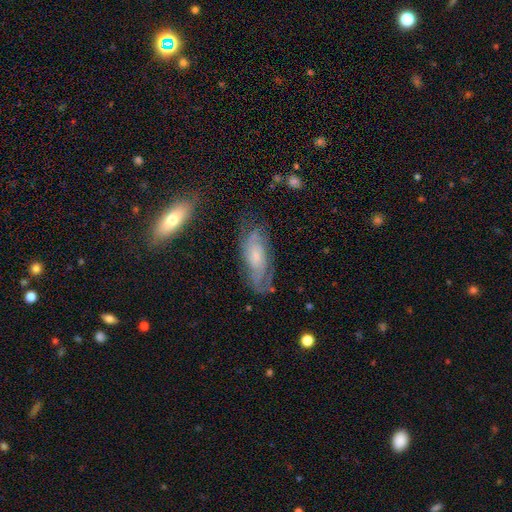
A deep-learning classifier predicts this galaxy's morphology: The model was most divided on "bulge size": small: 54%, moderate: 28%, none: 11%, large: 5%, dominant: 2%. More confident: edge-on disk — no (89%); spiral arms — yes (85%); bar — no (69%); smooth or featured — featured or disk (66%); merging — none (63%).